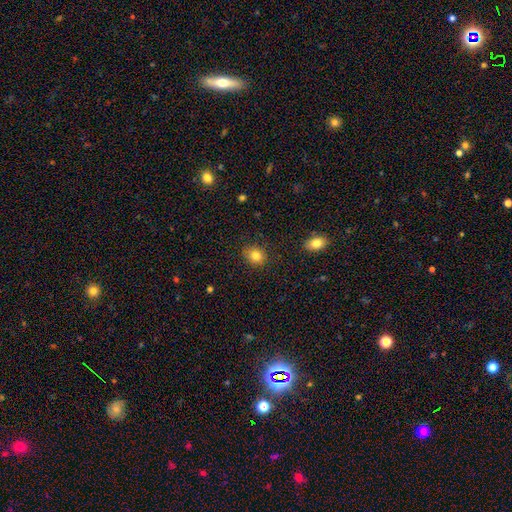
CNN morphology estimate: smooth_or_featured: smooth (p=0.83) [alt: star or artifact p=0.10]
how_rounded: round (p=0.62) [alt: in between p=0.37]
merging: none (p=0.87) [alt: minor disturbance p=0.09]